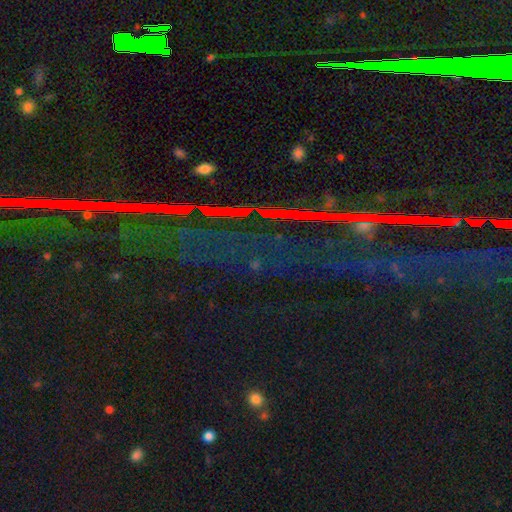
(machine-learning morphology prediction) smooth_or_featured: star or artifact (p=0.83) [alt: smooth p=0.09]